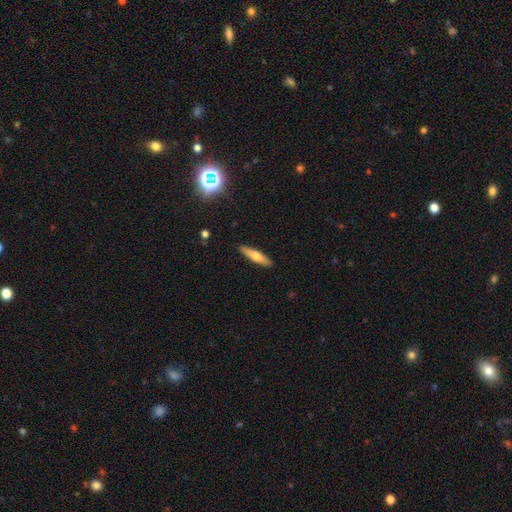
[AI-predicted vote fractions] smooth-or-featured: smooth: 59% | featured or disk: 35% | star or artifact: 6%
  how-rounded: cigar-shaped: 79% | in between: 19% | round: 2%
  merging: none: 91% | minor disturbance: 7% | major disturbance: 1% | merger: 1%